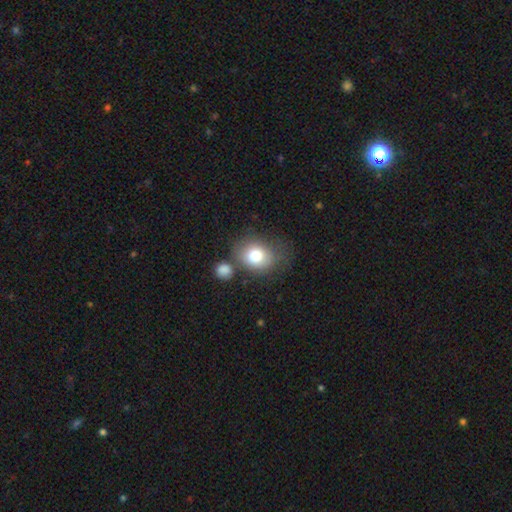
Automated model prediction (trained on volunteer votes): Smooth or featured? Predicted: smooth (p=0.78). How rounded? Predicted: round (p=0.50). Merging? Predicted: none (p=0.55).